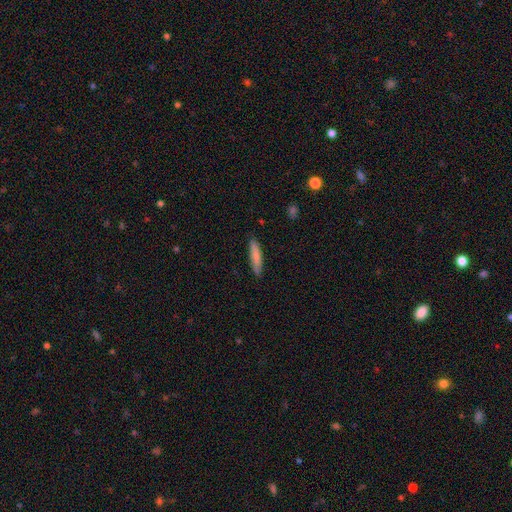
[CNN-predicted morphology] smooth_or_featured: smooth (p=0.81) [alt: featured or disk p=0.13]
how_rounded: cigar-shaped (p=0.84) [alt: in between p=0.14]
merging: none (p=0.87) [alt: minor disturbance p=0.10]